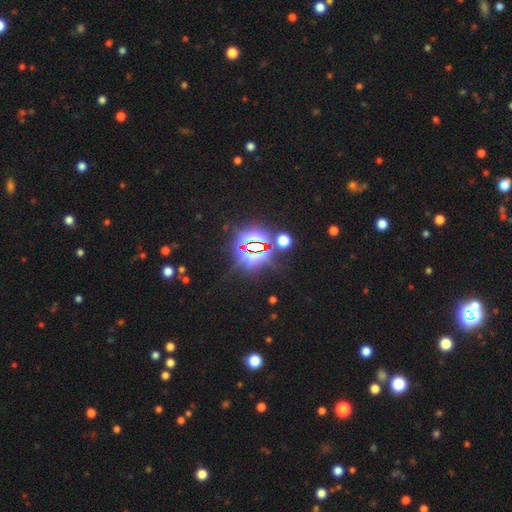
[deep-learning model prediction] Smooth or featured? Predicted: star or artifact (p=0.84).